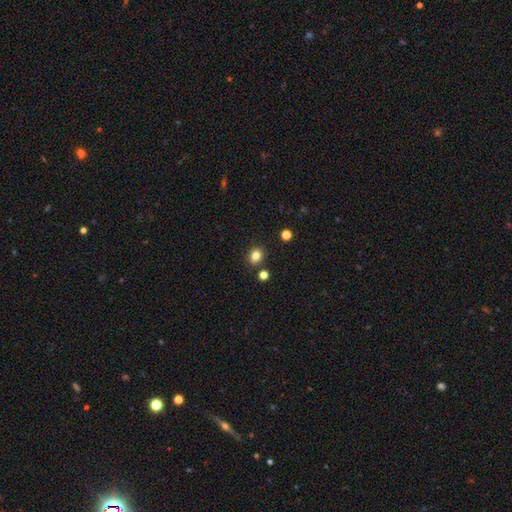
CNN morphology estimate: Smooth or featured: smooth — 81% (star or artifact — 13%)
How rounded: round — 64% (in between — 35%)
Merging: none — 85% (minor disturbance — 8%)